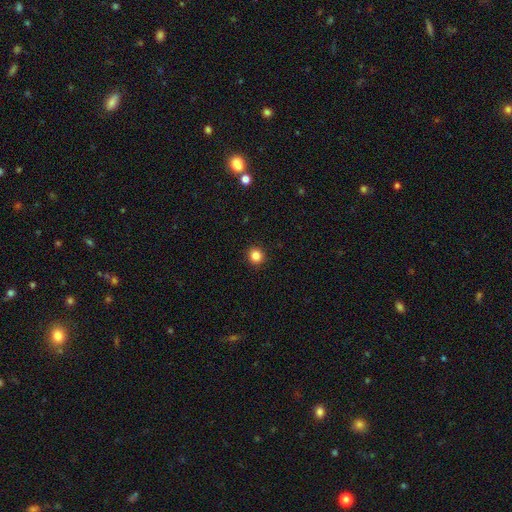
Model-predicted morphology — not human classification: Smooth or featured: smooth — 84% (star or artifact — 12%)
How rounded: round — 91% (in between — 8%)
Merging: none — 92% (minor disturbance — 5%)